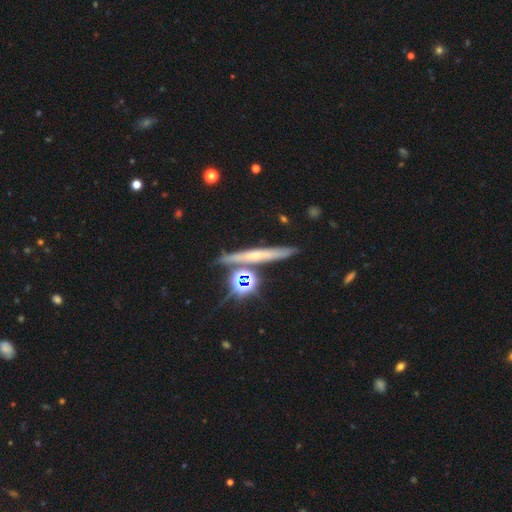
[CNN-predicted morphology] The model was most divided on "smooth or featured": featured or disk: 40%, smooth: 37%, star or artifact: 23%. More confident: merging — none (80%).